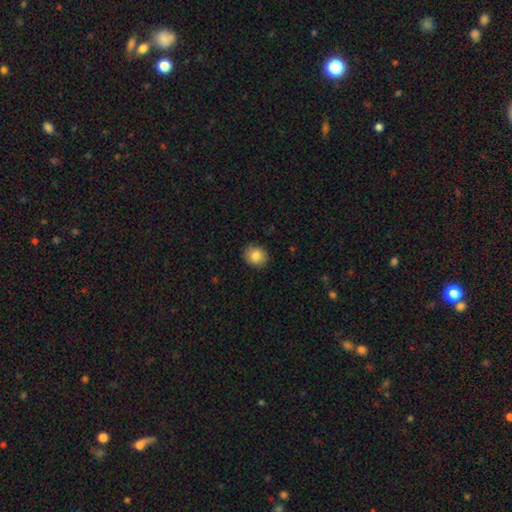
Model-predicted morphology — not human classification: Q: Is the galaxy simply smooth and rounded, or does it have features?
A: smooth — 85%.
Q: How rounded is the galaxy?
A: round — 70%.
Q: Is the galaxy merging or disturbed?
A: none — 89%.